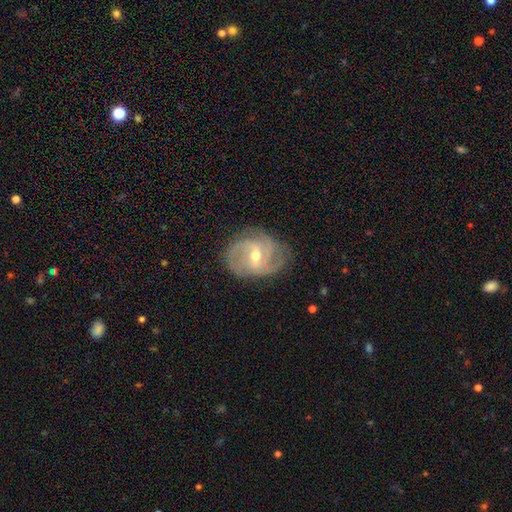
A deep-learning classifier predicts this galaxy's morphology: A featured or disk galaxy (85%) with a weak bar (53%), 3 (37%) medium (44%) spiral arms (95%) and a moderate central bulge (60%). Merging: none (74%).